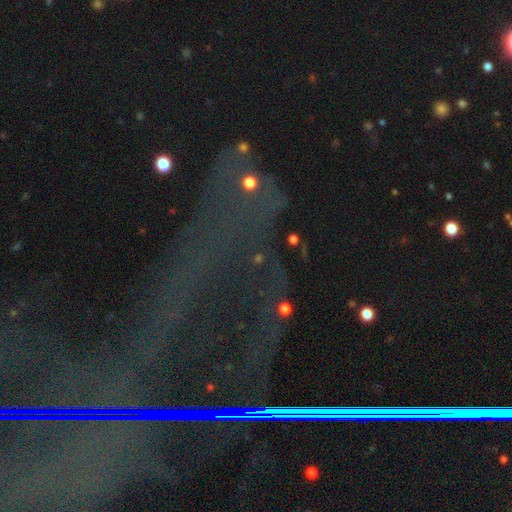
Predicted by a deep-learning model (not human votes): Morphology: type=star or artifact (81%).